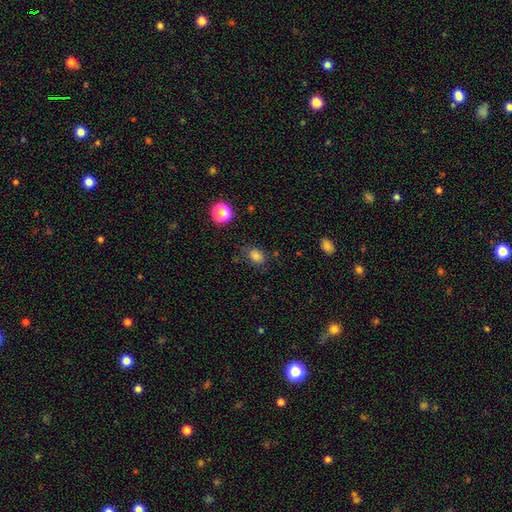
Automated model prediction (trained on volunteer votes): A smooth galaxy with no disk features (81%) that is in between round and cigar-shaped (62%).

Vote fractions:
- Smooth or featured? smooth: 81% / star or artifact: 14% / featured or disk: 5%
- How rounded? in between: 62% / round: 37% / cigar-shaped: 1%
- Merging? none: 75% / minor disturbance: 17% / major disturbance: 5% / merger: 3%